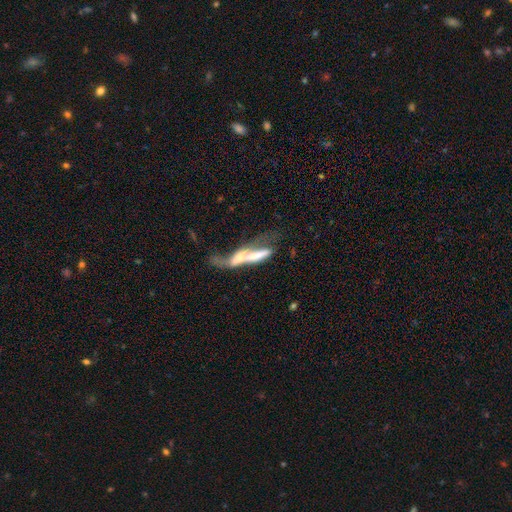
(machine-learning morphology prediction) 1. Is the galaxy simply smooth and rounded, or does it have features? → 48% featured or disk, 43% smooth, 9% star or artifact.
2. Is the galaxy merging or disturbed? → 65% merger, 18% major disturbance, 10% none, 7% minor disturbance.